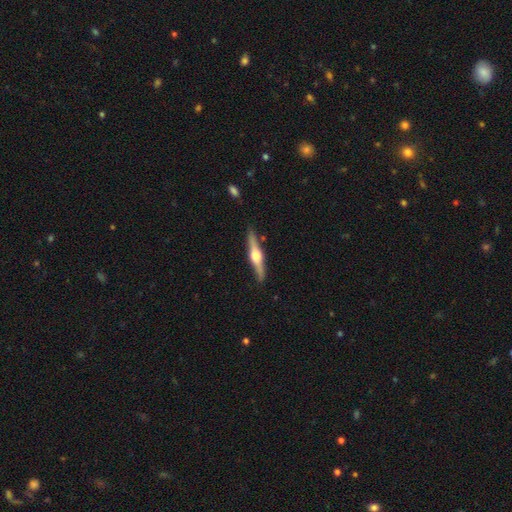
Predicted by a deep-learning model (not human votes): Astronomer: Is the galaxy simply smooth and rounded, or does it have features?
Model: featured or disk — 73%.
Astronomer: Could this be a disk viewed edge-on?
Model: yes — 98%.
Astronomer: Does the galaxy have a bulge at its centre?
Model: rounded — 94%.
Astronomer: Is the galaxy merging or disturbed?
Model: none — 88%.